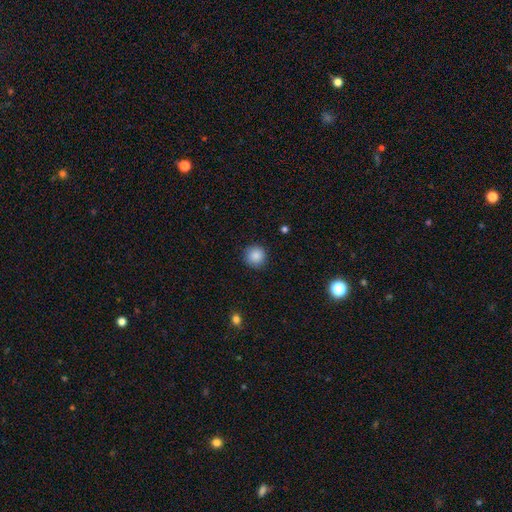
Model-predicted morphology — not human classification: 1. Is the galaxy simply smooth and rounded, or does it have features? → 87% smooth, 9% star or artifact, 4% featured or disk.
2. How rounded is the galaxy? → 95% round, 5% in between, 1% cigar-shaped.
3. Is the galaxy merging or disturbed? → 90% none, 7% minor disturbance, 2% major disturbance, 1% merger.